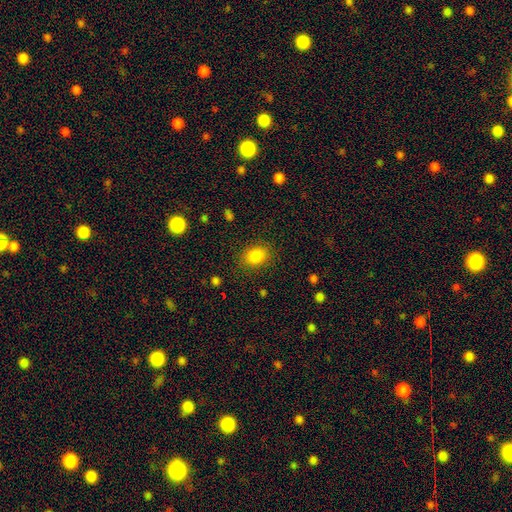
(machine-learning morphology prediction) Q: Smooth or featured?
A: smooth (85%); runner-up: star or artifact (10%)
Q: How rounded?
A: in between (56%); runner-up: round (43%)
Q: Merging?
A: none (84%); runner-up: minor disturbance (10%)